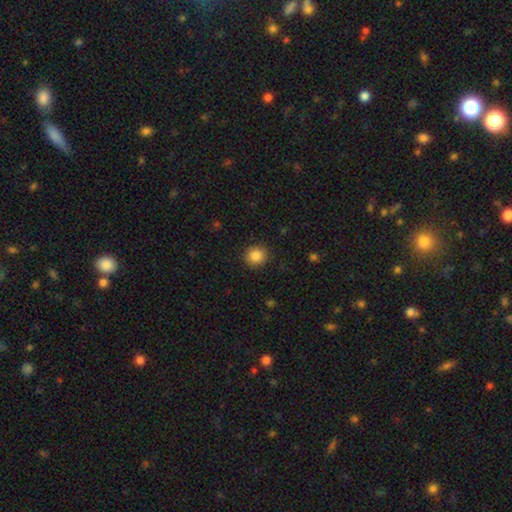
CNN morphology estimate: This is clearly a smooth galaxy (87%). How rounded: clearly round (90%). Merging: clearly none (90%).